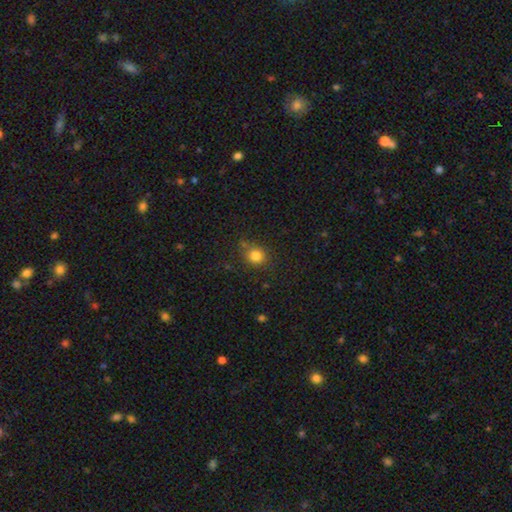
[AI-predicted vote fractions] Smooth or featured?
  - smooth: 82% *
  - star or artifact: 13%
  - featured or disk: 6%
How rounded?
  - round: 83% *
  - in between: 16%
  - cigar-shaped: 1%
Merging?
  - none: 77% *
  - minor disturbance: 14%
  - merger: 5%
  - major disturbance: 4%